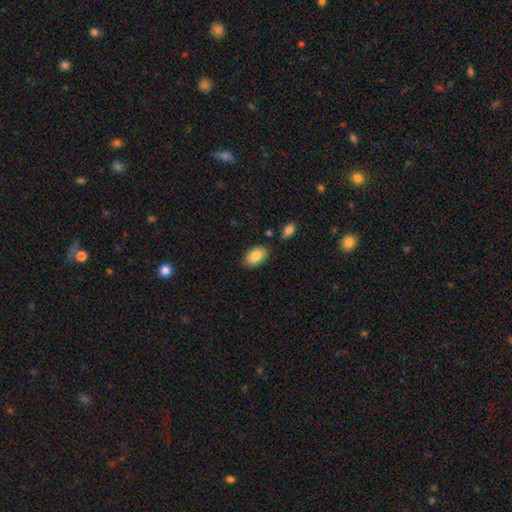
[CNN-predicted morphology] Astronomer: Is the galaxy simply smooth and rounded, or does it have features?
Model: smooth — 85%.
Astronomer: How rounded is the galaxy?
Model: in between — 91%.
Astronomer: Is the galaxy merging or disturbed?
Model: none — 82%.